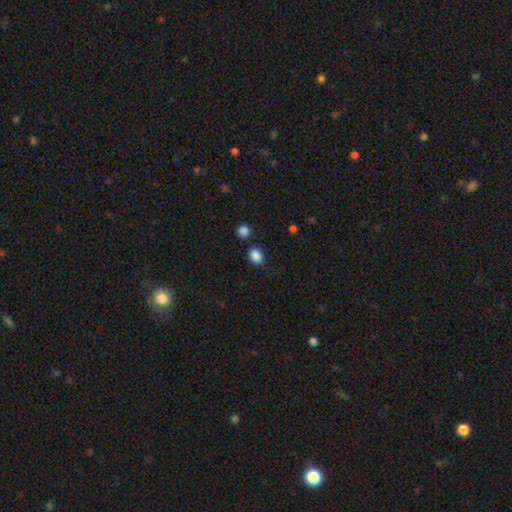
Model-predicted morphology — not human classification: Q: Smooth or featured?
A: smooth (86%); runner-up: star or artifact (11%)
Q: How rounded?
A: round (50%); runner-up: in between (49%)
Q: Merging?
A: none (78%); runner-up: minor disturbance (12%)